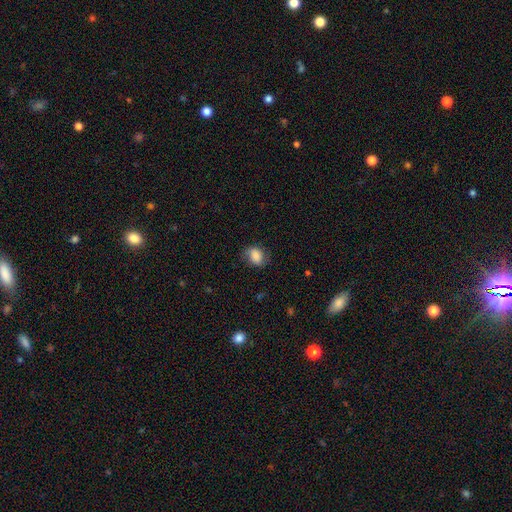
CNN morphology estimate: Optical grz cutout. It shows a smooth galaxy with no disk features (75%) that is in between round and cigar-shaped (59%). Merging: none (67%).